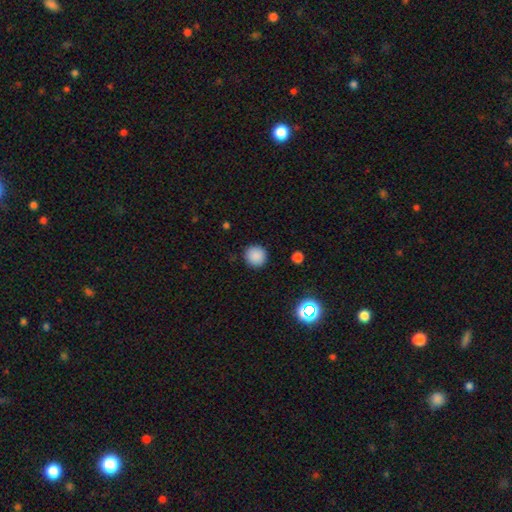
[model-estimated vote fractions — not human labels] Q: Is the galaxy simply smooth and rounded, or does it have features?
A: smooth — 87%.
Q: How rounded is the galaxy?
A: round — 93%.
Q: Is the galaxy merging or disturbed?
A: none — 91%.